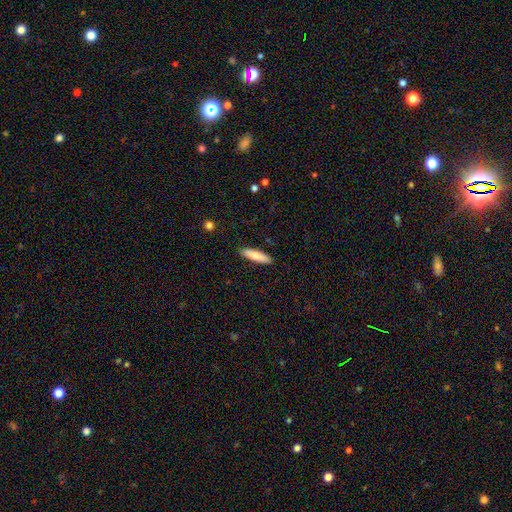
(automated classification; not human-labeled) This is clearly a smooth galaxy (81%). How rounded: likely cigar-shaped (72%). Merging: clearly none (89%).